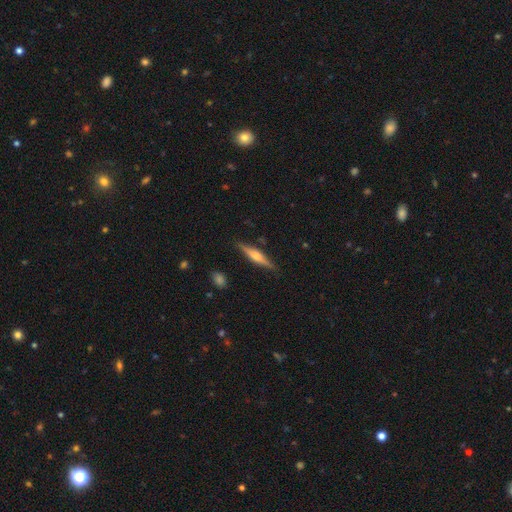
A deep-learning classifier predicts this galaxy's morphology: Q: Smooth or featured?
A: featured or disk (67%); runner-up: smooth (27%)
Q: Edge-on disk?
A: yes (97%); runner-up: no (3%)
Q: Edge-on bulge?
A: rounded (84%); runner-up: boxy (10%)
Q: Merging?
A: none (88%); runner-up: minor disturbance (8%)